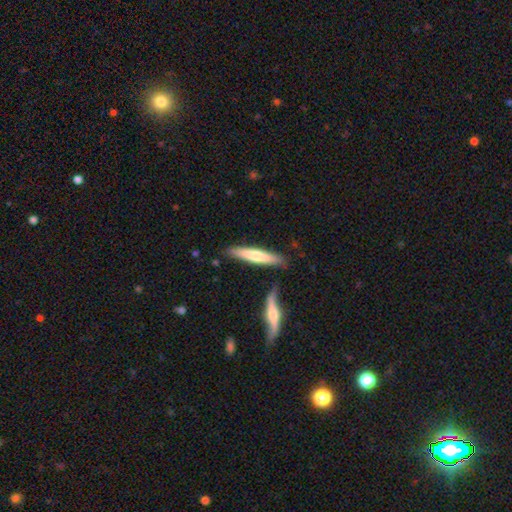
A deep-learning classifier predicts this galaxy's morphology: This appears to be a smooth galaxy with no disk features (57%) that is cigar-shaped (89%). Merging: none (79%).